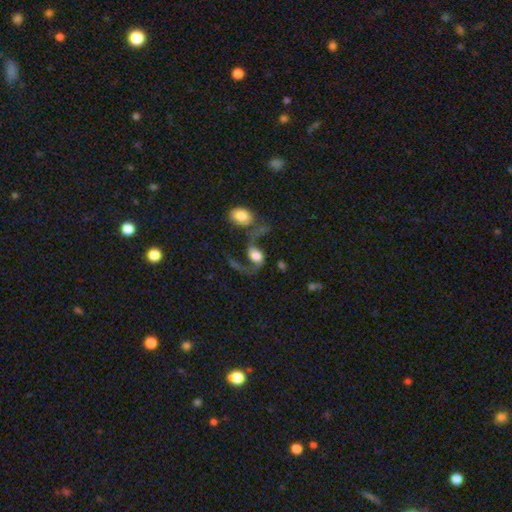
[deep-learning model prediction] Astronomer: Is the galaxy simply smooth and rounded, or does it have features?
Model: featured or disk — 77%.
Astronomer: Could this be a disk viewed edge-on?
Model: no — 96%.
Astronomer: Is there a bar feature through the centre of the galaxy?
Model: no — 56% (runner-up: weak, 32%).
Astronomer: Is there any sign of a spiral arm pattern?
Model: yes — 91%.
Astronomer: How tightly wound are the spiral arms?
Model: loose — 84%.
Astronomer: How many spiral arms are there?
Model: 2 — 88%.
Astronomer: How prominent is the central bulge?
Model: large — 45% (runner-up: moderate, 35%).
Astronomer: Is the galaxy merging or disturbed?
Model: none — 33% (runner-up: merger, 29%).